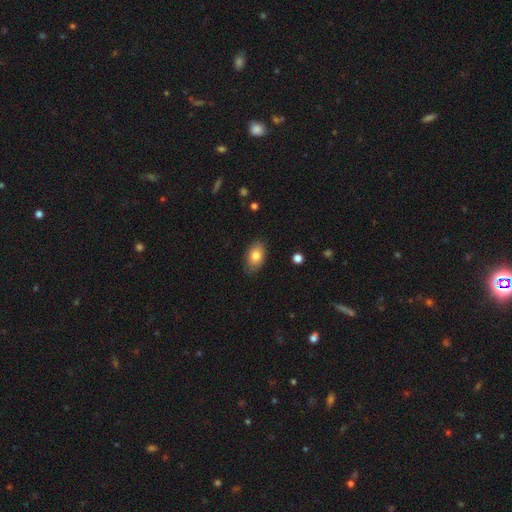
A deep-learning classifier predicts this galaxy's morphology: This is clearly a smooth galaxy (80%). How rounded: clearly in between (90%). Merging: clearly none (83%).